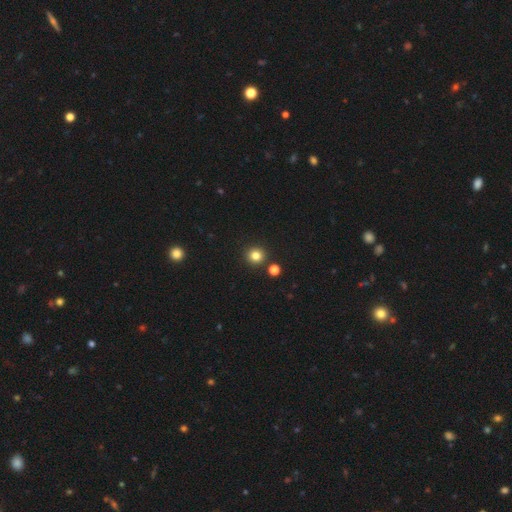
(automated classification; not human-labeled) Smooth or featured?
  - smooth: 81% *
  - star or artifact: 14%
  - featured or disk: 5%
How rounded?
  - round: 92% *
  - in between: 7%
  - cigar-shaped: 1%
Merging?
  - none: 88% *
  - minor disturbance: 6%
  - merger: 5%
  - major disturbance: 2%